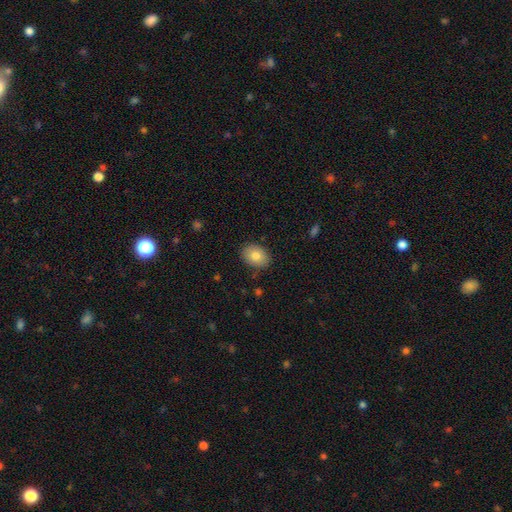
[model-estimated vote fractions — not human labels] Smooth or featured? Predicted: smooth (p=0.82). How rounded? Predicted: in between (p=0.69). Merging? Predicted: none (p=0.86).